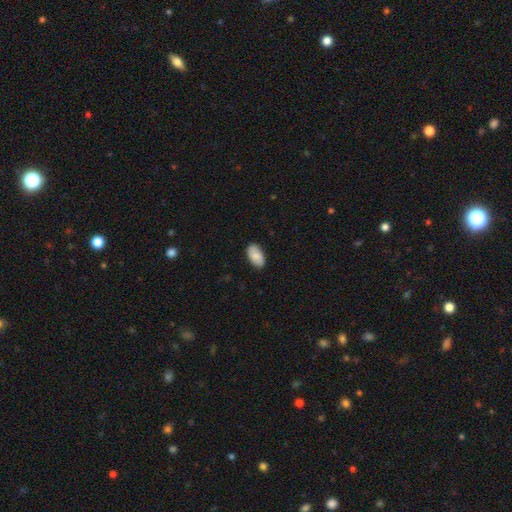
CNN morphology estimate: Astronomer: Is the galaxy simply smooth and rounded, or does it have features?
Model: smooth — 79%.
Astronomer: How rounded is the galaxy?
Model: in between — 94%.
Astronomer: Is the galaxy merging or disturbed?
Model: none — 83%.